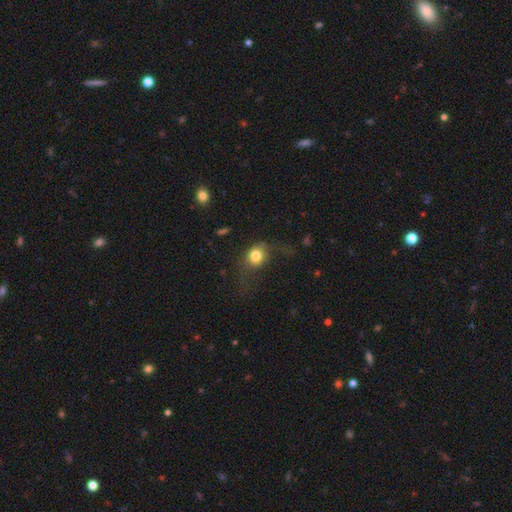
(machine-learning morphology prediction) Q: Smooth or featured?
A: smooth (75%); runner-up: featured or disk (15%)
Q: How rounded?
A: round (64%); runner-up: in between (35%)
Q: Merging?
A: none (42%); runner-up: major disturbance (32%)